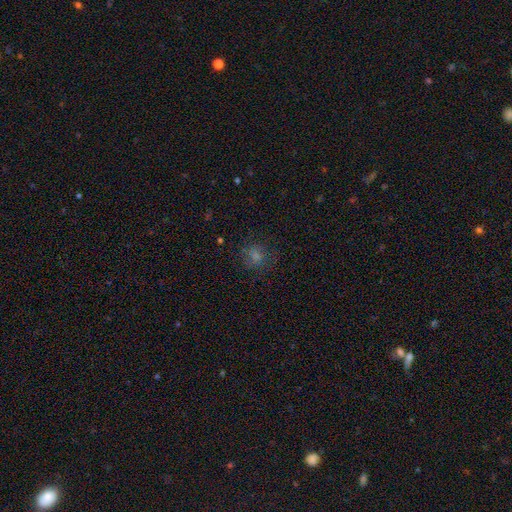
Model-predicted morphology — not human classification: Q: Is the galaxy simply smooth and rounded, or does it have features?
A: smooth — 70%.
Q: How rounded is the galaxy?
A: round — 69%.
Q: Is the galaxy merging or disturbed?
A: none — 71%.